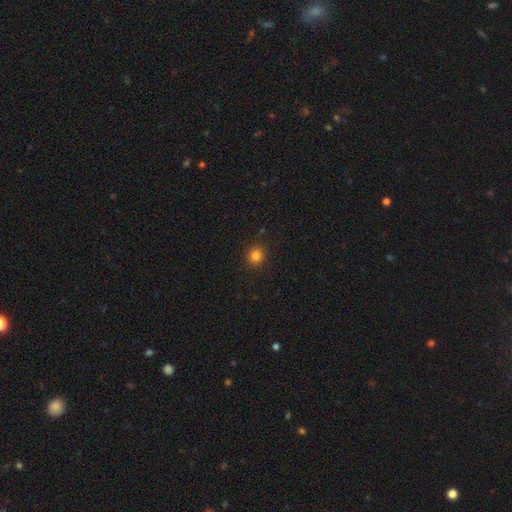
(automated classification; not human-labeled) Smooth or featured?
  - smooth: 82% *
  - star or artifact: 13%
  - featured or disk: 5%
How rounded?
  - round: 87% *
  - in between: 12%
  - cigar-shaped: 1%
Merging?
  - none: 90% *
  - minor disturbance: 7%
  - major disturbance: 2%
  - merger: 1%